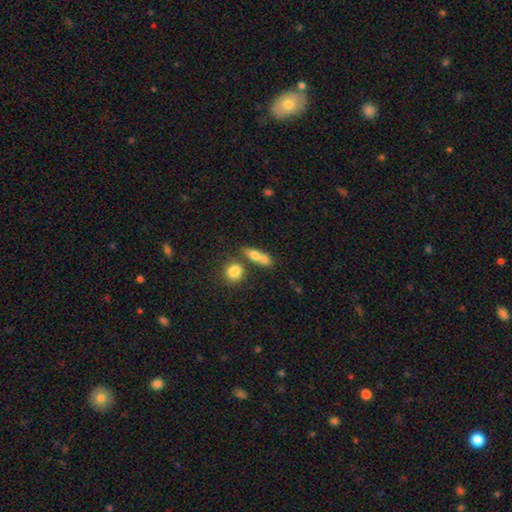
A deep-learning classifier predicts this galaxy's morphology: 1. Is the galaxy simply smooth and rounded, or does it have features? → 69% smooth, 21% featured or disk, 10% star or artifact.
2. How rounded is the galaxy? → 55% in between, 26% cigar-shaped, 18% round.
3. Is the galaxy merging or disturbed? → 45% merger, 39% none, 11% minor disturbance, 6% major disturbance.